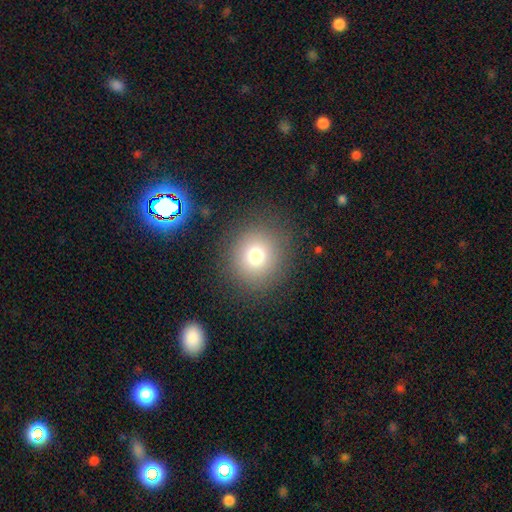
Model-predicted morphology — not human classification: Smooth or featured? smooth (74%)
How rounded? round (93%)
Merging? none (87%)